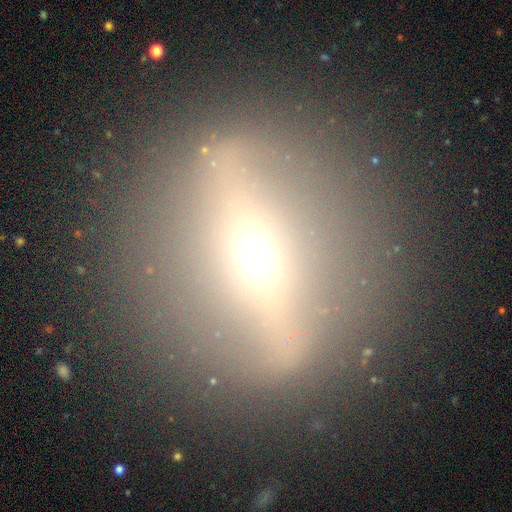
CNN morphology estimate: Smooth or featured: featured or disk — 65% (smooth — 22%)
Edge-on disk: yes — 50% (tied with no — 50%)
Merging: none — 84% (minor disturbance — 9%)